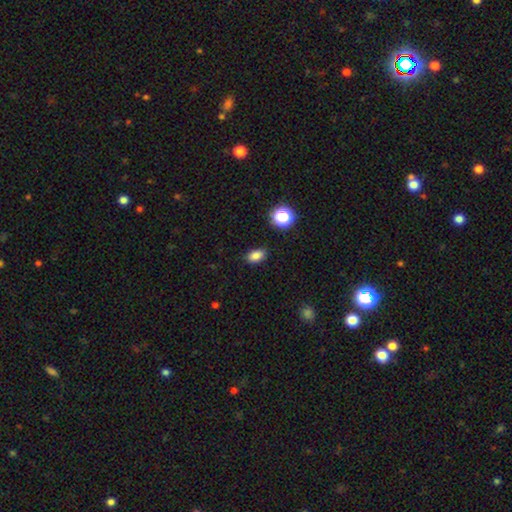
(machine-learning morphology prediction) Smooth or featured? smooth (83%)
How rounded? in between (84%)
Merging? none (86%)